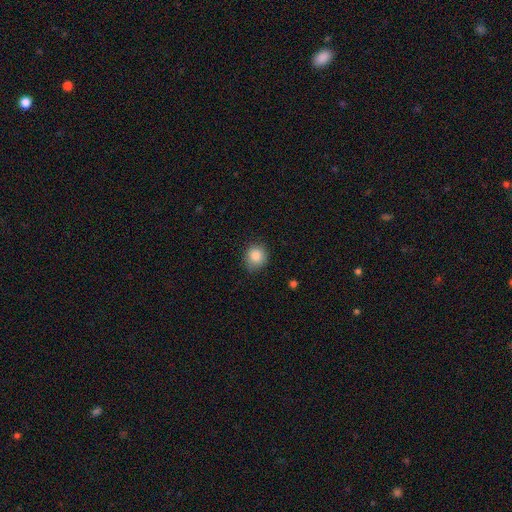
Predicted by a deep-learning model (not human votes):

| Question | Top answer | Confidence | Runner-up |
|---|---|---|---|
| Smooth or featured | smooth | 85% | star or artifact (9%) |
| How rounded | round | 85% | in between (14%) |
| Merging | none | 78% | minor disturbance (18%) |